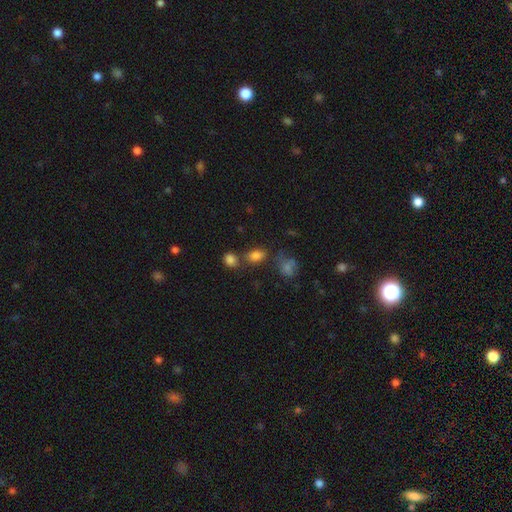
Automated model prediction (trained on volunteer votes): smooth_or_featured: smooth (p=0.81) [alt: star or artifact p=0.12]
how_rounded: in between (p=0.82) [alt: round p=0.15]
merging: none (p=0.60) [alt: merger p=0.21]